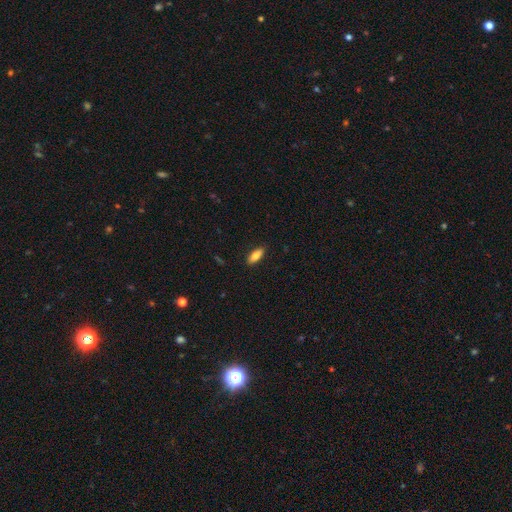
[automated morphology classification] The model was most divided on "how rounded": in between: 72%, cigar-shaped: 25%, round: 2%. More confident: merging — none (89%); smooth or featured — smooth (78%).